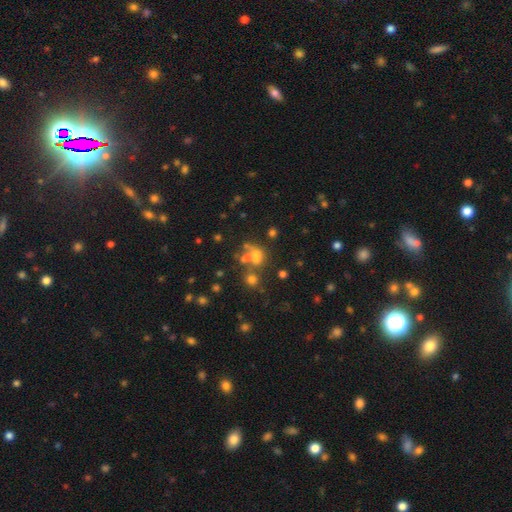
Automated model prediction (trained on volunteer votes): Smooth or featured? smooth (44%)
Merging? none (44%)